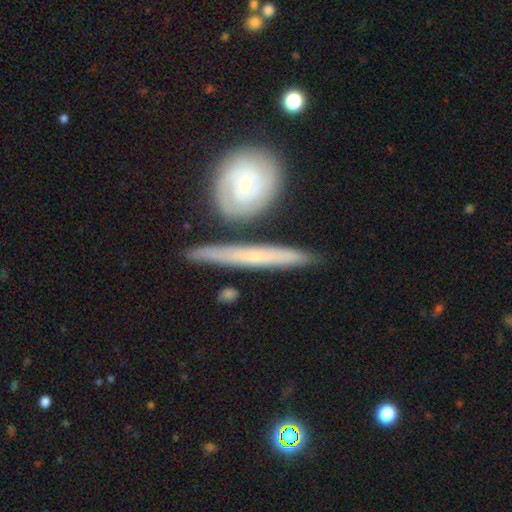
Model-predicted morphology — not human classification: Smooth or featured?
  - featured or disk: 62% *
  - smooth: 30%
  - star or artifact: 8%
Edge-on disk?
  - yes: 81% *
  - no: 19%
Edge-on bulge?
  - none: 60% *
  - rounded: 34%
  - boxy: 6%
Merging?
  - none: 78% *
  - minor disturbance: 10%
  - merger: 9%
  - major disturbance: 3%